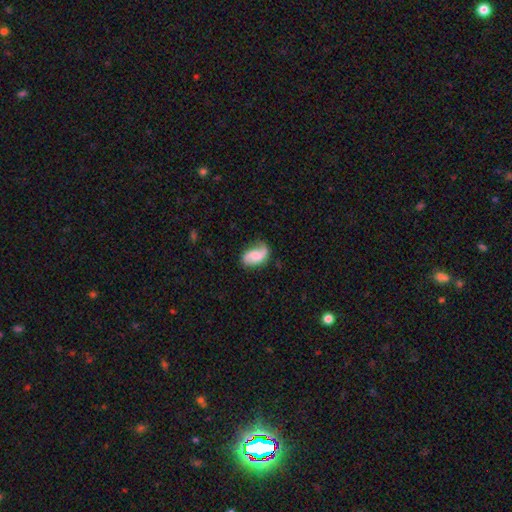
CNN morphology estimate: This is possibly a featured or disk galaxy (51%). It is clearly not viewed edge-on (96%). Merging: possibly none (59%).